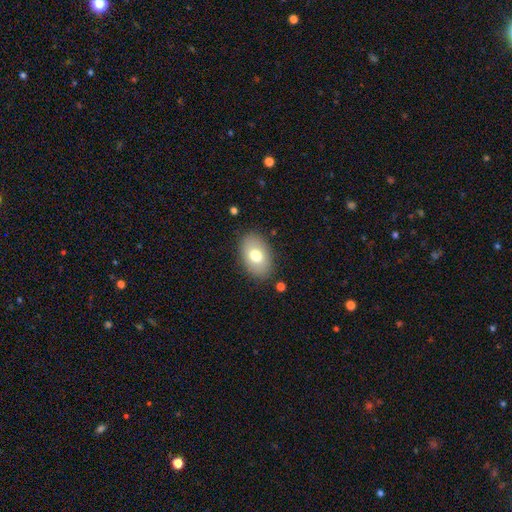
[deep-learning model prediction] smooth 73%, featured or disk 19%, star or artifact 8%. Down the decision tree: how rounded — in between (88%); merging — none (85%).